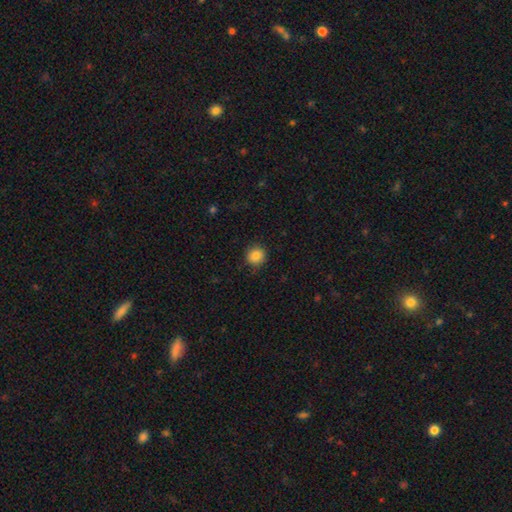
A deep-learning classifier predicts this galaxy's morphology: A smooth galaxy with no disk features (86%) that is round (90%). Merging: none (86%).